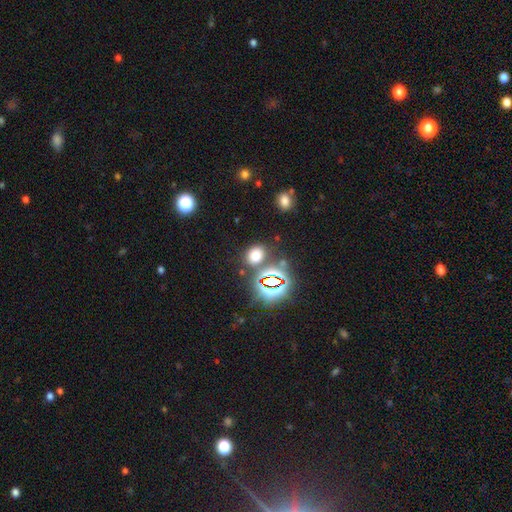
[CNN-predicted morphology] A smooth galaxy with no disk features (62%) that is round (49%, tied with in between). Merging: none (77%).